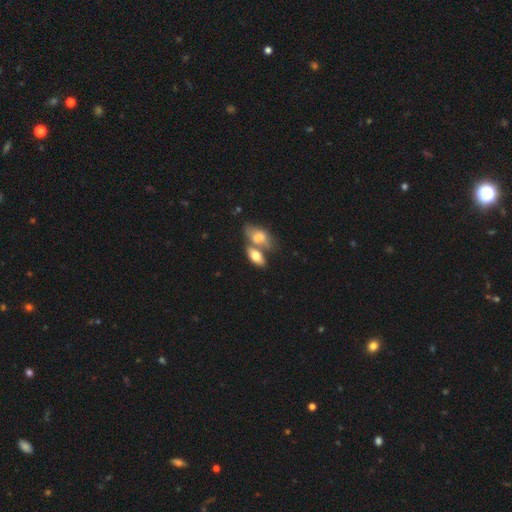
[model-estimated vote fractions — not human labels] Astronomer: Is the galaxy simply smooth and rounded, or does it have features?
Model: smooth — 71%.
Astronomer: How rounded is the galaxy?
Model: in between — 86%.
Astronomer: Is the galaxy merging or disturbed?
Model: merger — 48% (runner-up: none, 38%).